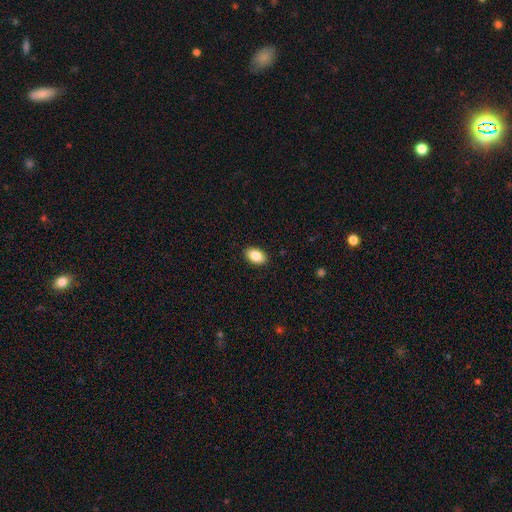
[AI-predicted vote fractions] Morphology: type=smooth (86%); roundness=in between (91%); merging=none (90%).